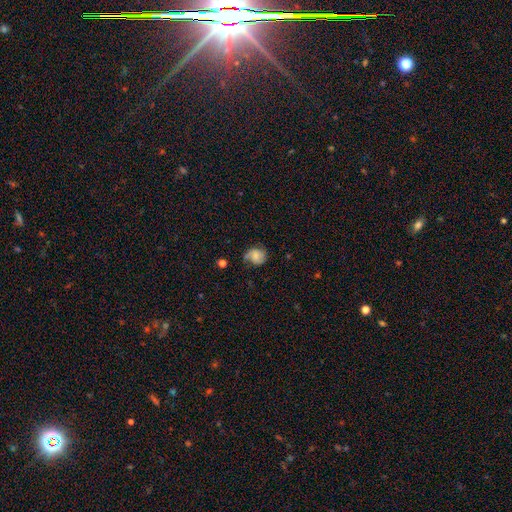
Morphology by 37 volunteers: smooth 68%, featured or disk 27%, star or artifact 5%. Down the decision tree: how rounded — round (72%); merging — minor disturbance (43%).